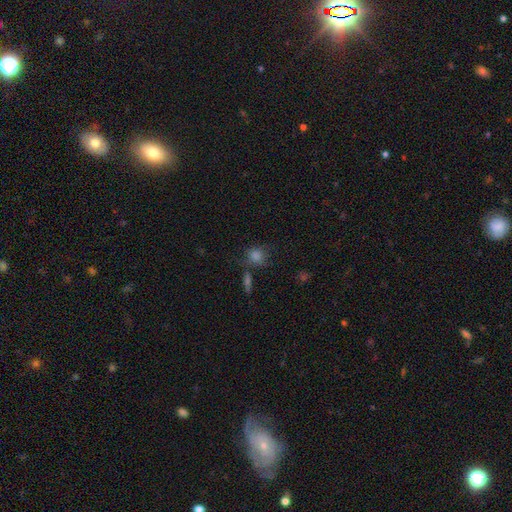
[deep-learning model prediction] A smooth galaxy with no disk features (75%) that is round (76%). Merging: none (64%).